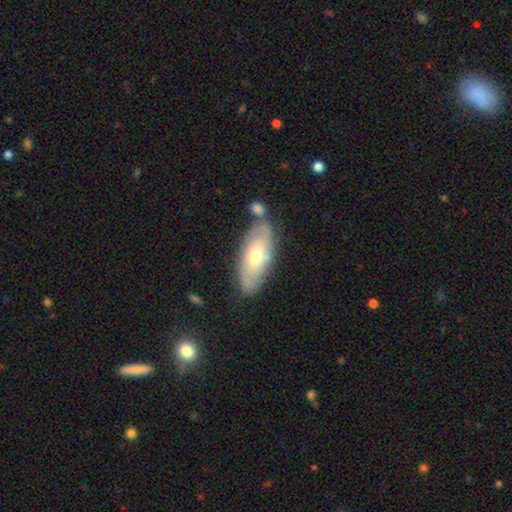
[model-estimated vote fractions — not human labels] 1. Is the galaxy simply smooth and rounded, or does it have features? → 48% smooth, 46% featured or disk, 6% star or artifact.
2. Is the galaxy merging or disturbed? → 71% none, 16% minor disturbance, 10% merger, 3% major disturbance.